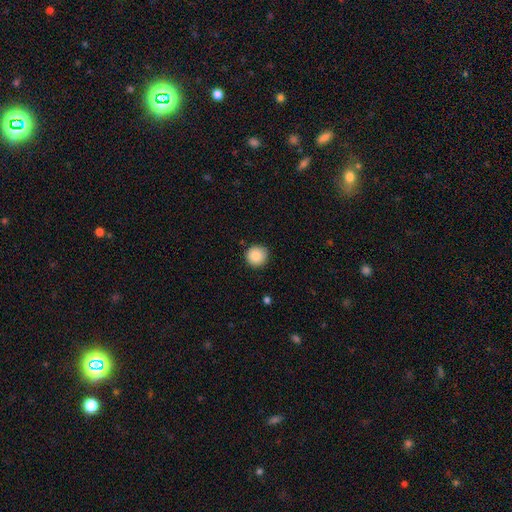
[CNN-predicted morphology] type=smooth (88%); roundness=round (94%); merging=none (90%).